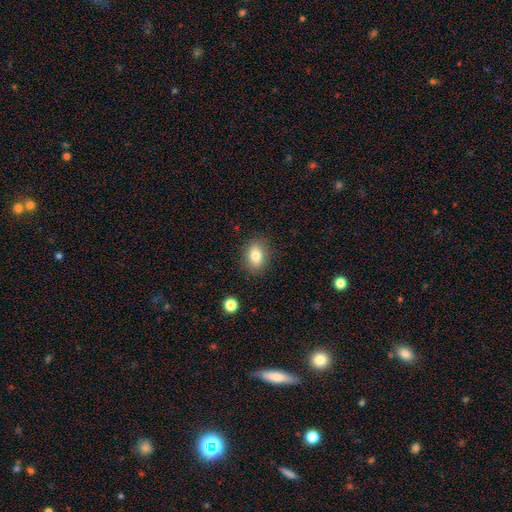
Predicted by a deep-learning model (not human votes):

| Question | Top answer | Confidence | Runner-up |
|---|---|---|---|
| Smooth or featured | smooth | 81% | featured or disk (10%) |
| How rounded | in between | 73% | round (25%) |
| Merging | none | 85% | minor disturbance (10%) |